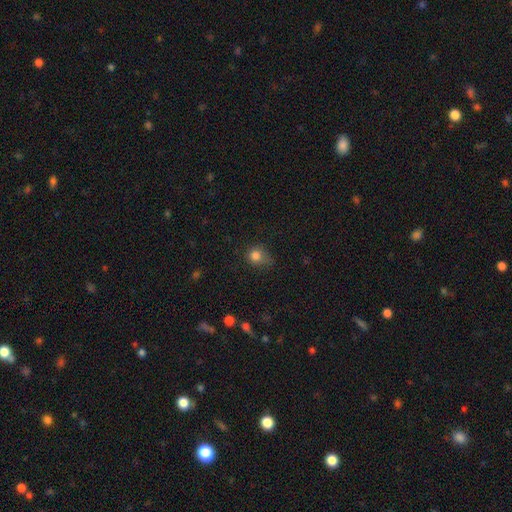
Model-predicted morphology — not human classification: The model was most divided on "merging": none: 54%, minor disturbance: 31%, major disturbance: 12%, merger: 3%. More confident: smooth or featured — smooth (80%); how rounded — round (75%).